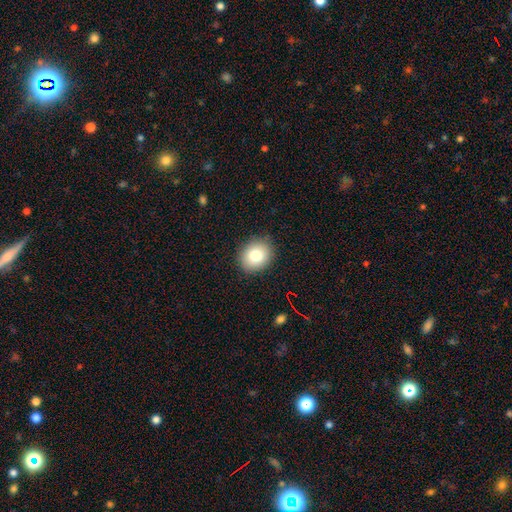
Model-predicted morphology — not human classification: smooth-or-featured: smooth: 80% | featured or disk: 10% | star or artifact: 9%
  how-rounded: round: 60% | in between: 39% | cigar-shaped: 1%
  merging: none: 89% | minor disturbance: 8% | major disturbance: 2% | merger: 1%